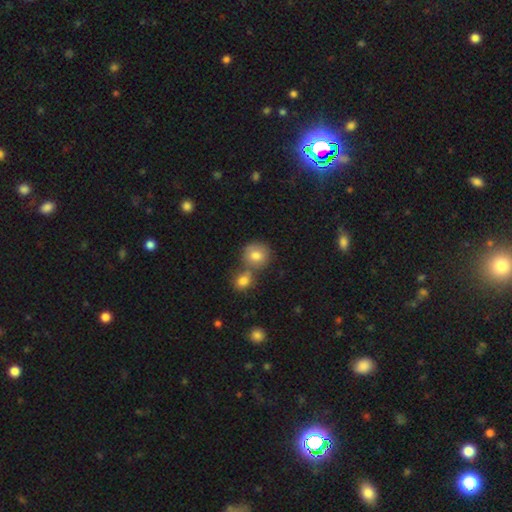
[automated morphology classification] Smooth or featured: smooth — 78% (featured or disk — 13%)
How rounded: round — 87% (in between — 12%)
Merging: none — 50% (merger — 37%)